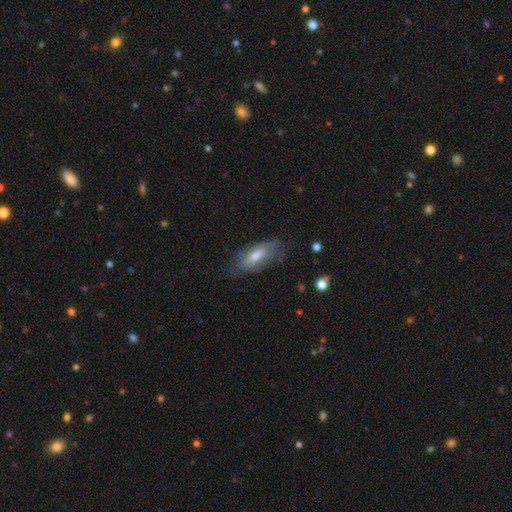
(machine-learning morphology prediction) A smooth galaxy with no disk features (57%) that is in between round and cigar-shaped (71%). Merging: none (67%).